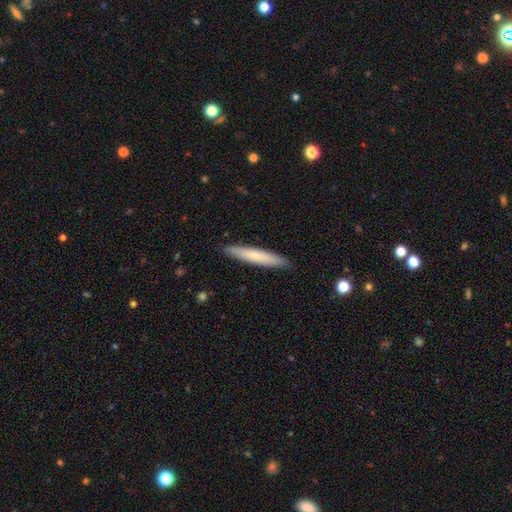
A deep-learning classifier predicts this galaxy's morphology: Q: Smooth or featured?
A: smooth (69%); runner-up: featured or disk (26%)
Q: How rounded?
A: cigar-shaped (93%); runner-up: in between (6%)
Q: Merging?
A: none (91%); runner-up: minor disturbance (7%)